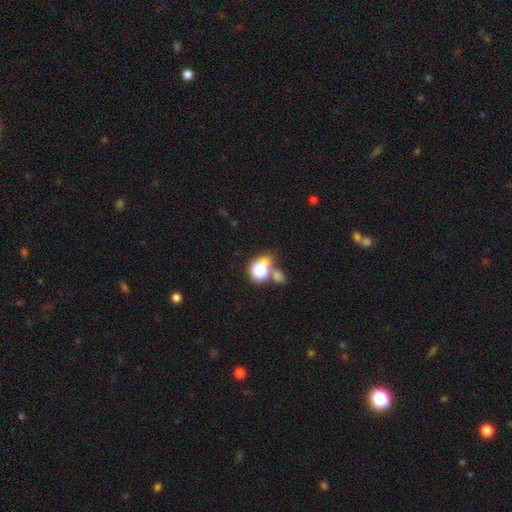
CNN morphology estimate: Smooth or featured? smooth (52%)
How rounded? round (66%)
Merging? none (51%)